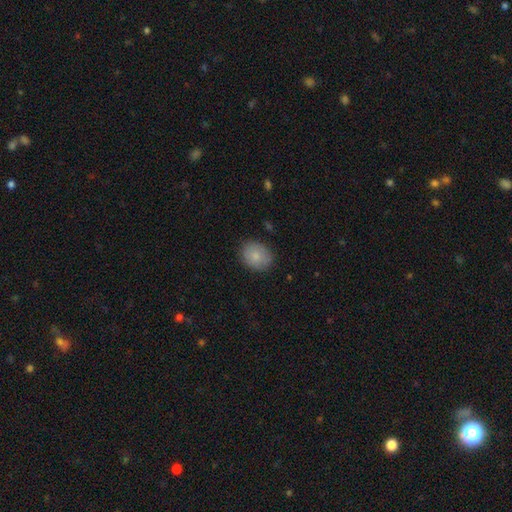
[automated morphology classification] type=smooth (84%); roundness=round (53%); merging=none (84%).